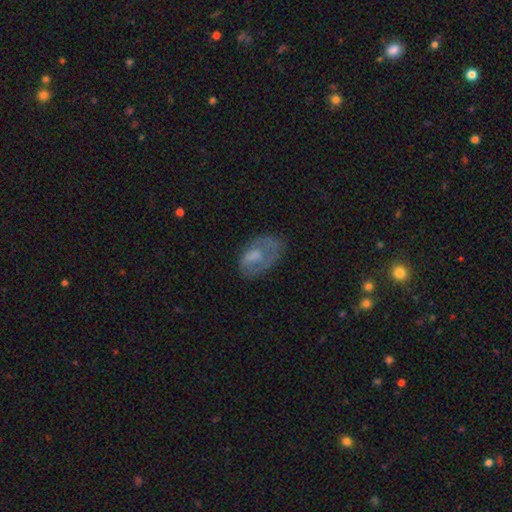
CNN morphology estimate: Overall: smooth (49%; featured or disk 41%). Merging: none (45%; minor disturbance 28%).